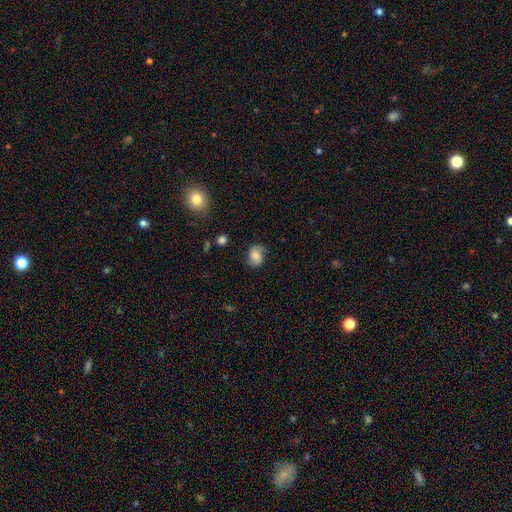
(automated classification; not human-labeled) Smooth or featured? Predicted: smooth (p=0.65). How rounded? Predicted: in between (p=0.60). Merging? Predicted: none (p=0.64).